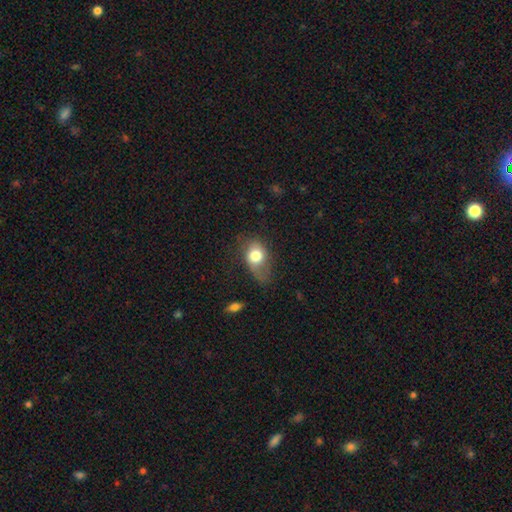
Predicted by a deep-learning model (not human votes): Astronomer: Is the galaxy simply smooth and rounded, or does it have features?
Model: smooth — 72%.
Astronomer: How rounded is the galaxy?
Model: in between — 62%.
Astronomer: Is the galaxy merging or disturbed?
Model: none — 37% (runner-up: minor disturbance, 33%).